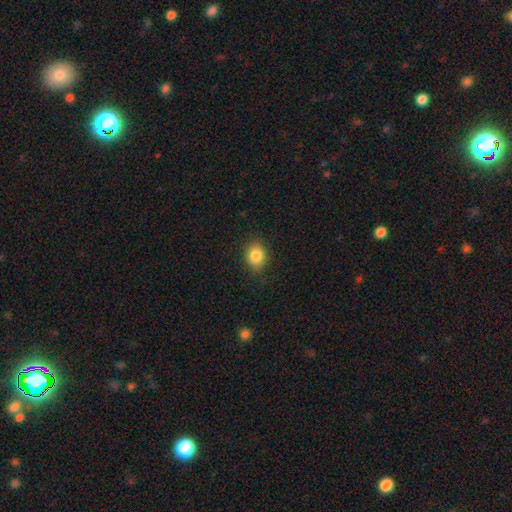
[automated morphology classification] smooth 85%, star or artifact 9%, featured or disk 5%. Down the decision tree: how rounded — in between (52%); merging — none (86%).